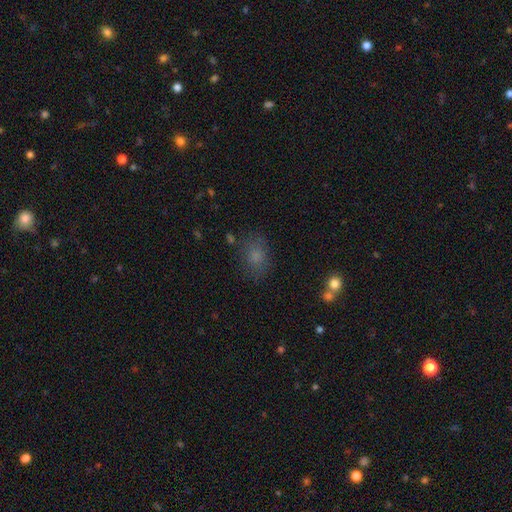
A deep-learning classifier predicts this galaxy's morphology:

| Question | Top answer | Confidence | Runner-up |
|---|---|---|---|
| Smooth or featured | smooth | 74% | star or artifact (15%) |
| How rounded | in between | 64% | round (35%) |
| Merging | none | 75% | minor disturbance (16%) |